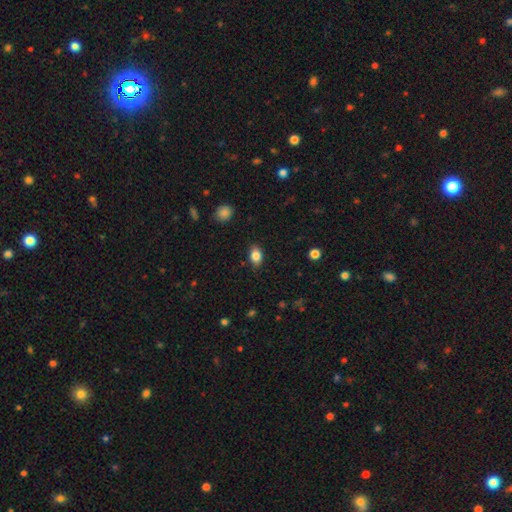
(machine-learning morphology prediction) Q: Smooth or featured?
A: smooth (85%); runner-up: star or artifact (9%)
Q: How rounded?
A: in between (81%); runner-up: round (17%)
Q: Merging?
A: none (85%); runner-up: minor disturbance (11%)